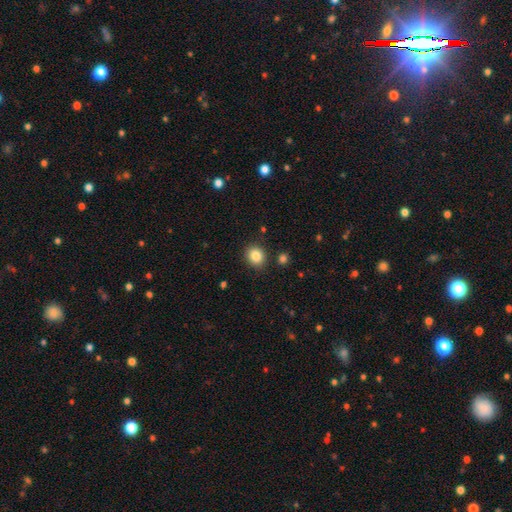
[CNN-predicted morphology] Smooth or featured?
  - smooth: 85% *
  - star or artifact: 10%
  - featured or disk: 6%
How rounded?
  - round: 69% *
  - in between: 30%
  - cigar-shaped: 1%
Merging?
  - none: 87% *
  - minor disturbance: 8%
  - merger: 3%
  - major disturbance: 2%